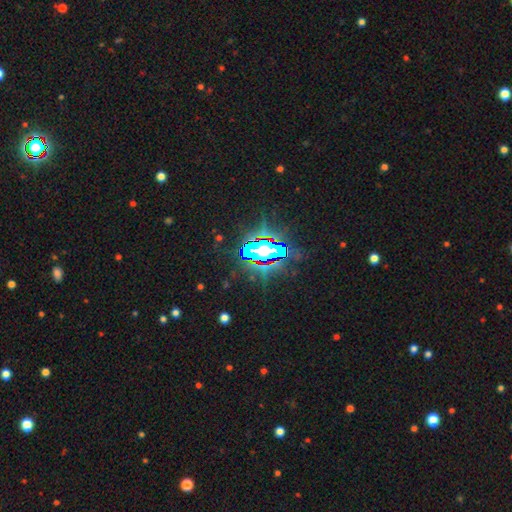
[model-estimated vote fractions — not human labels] This appears to be a star or artifact, not a galaxy (85%).